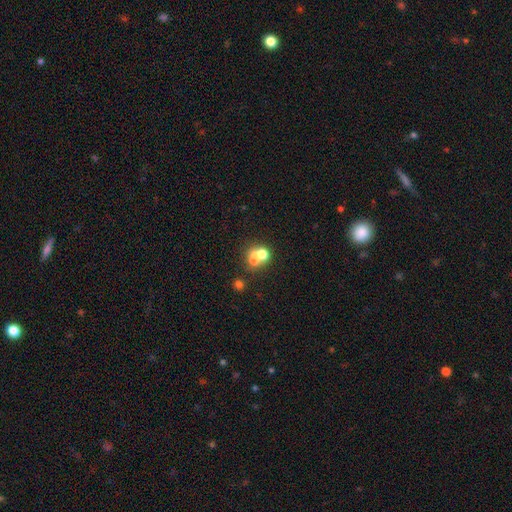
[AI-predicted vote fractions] The model was most divided on "merging": merger: 56%, none: 33%, minor disturbance: 6%, major disturbance: 4%. More confident: how rounded — round (76%); smooth or featured — smooth (57%).